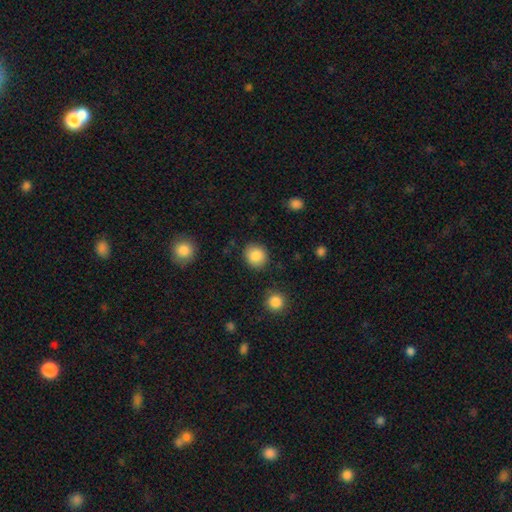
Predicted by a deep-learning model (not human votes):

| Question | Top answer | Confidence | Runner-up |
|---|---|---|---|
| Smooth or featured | smooth | 87% | star or artifact (8%) |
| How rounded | round | 87% | in between (12%) |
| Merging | none | 88% | minor disturbance (8%) |